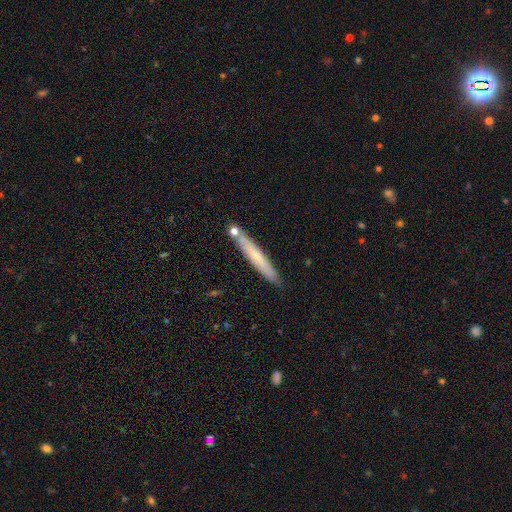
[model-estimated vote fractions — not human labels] smooth_or_featured: smooth (p=0.57) [alt: featured or disk p=0.37]
how_rounded: cigar-shaped (p=0.95) [alt: in between p=0.04]
merging: none (p=0.80) [alt: minor disturbance p=0.11]